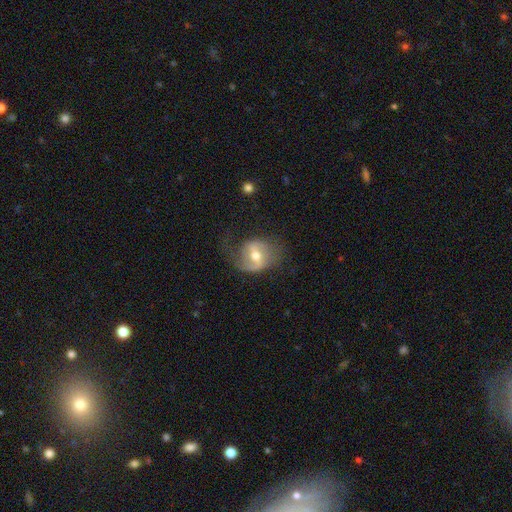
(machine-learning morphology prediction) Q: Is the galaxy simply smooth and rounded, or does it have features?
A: featured or disk — 71%.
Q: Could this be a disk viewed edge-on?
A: no — 95%.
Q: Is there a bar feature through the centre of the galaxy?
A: weak — 44%.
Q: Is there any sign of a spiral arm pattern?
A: yes — 84%.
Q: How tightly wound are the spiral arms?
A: loose — 55%.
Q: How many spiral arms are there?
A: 2 — 68%.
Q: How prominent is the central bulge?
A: moderate — 67%.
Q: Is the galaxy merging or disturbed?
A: none — 55%.